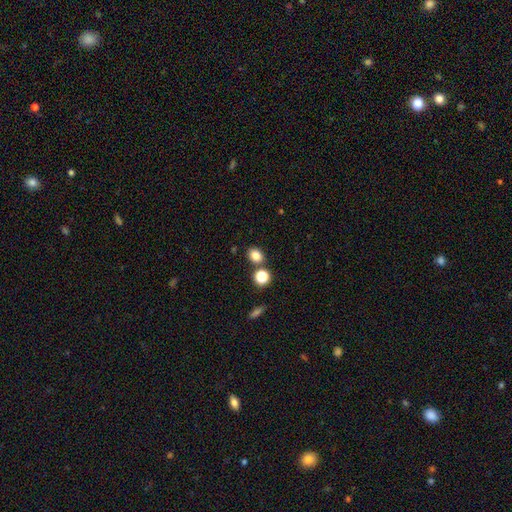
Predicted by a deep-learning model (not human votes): Overall: smooth (81%). How rounded: in between (51%; round 48%). Merging: none (76%).